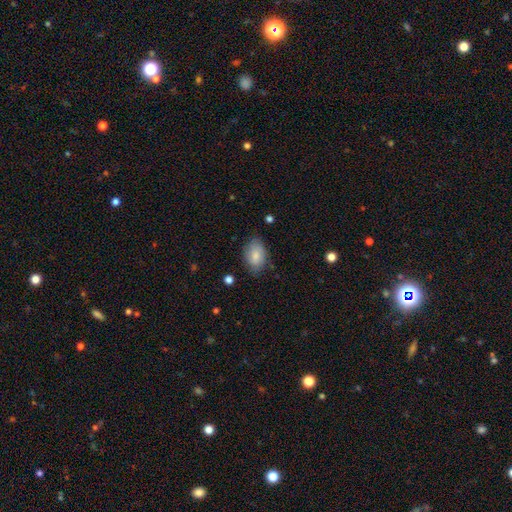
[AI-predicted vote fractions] Q: Smooth or featured?
A: smooth (82%); runner-up: featured or disk (12%)
Q: How rounded?
A: in between (86%); runner-up: round (12%)
Q: Merging?
A: none (74%); runner-up: minor disturbance (20%)